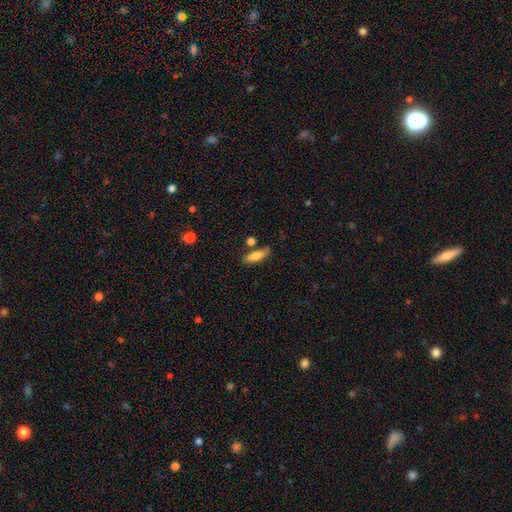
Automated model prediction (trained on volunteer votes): Overall: smooth (73%). How rounded: in between (51%; cigar-shaped 46%). Merging: none (76%).